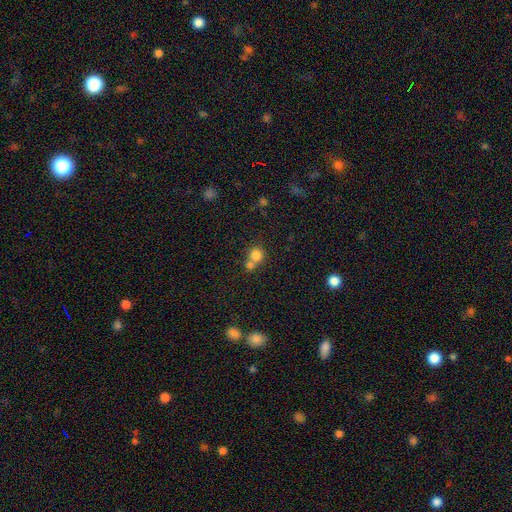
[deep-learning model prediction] Smooth or featured?
  - smooth: 80% *
  - star or artifact: 12%
  - featured or disk: 9%
How rounded?
  - round: 85% *
  - in between: 14%
  - cigar-shaped: 1%
Merging?
  - merger: 48% *
  - none: 42%
  - minor disturbance: 7%
  - major disturbance: 3%